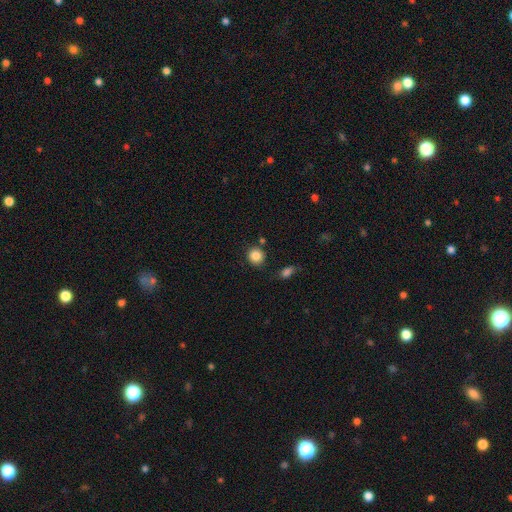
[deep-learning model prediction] Q: Smooth or featured?
A: smooth (85%); runner-up: star or artifact (9%)
Q: How rounded?
A: round (89%); runner-up: in between (10%)
Q: Merging?
A: none (83%); runner-up: minor disturbance (9%)